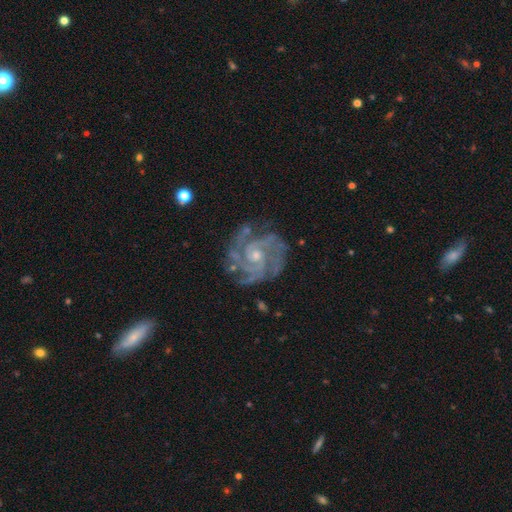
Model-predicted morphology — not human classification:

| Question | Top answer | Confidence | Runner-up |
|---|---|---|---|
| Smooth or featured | featured or disk | 92% | star or artifact (5%) |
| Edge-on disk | no | 98% | yes (2%) |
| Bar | no | 66% | weak (27%) |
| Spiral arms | yes | 98% | no (2%) |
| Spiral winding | tight | 65% | medium (31%) |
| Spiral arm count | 3 | 35% | 4 (22%) |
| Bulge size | small | 58% | moderate (38%) |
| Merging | none | 74% | minor disturbance (17%) |